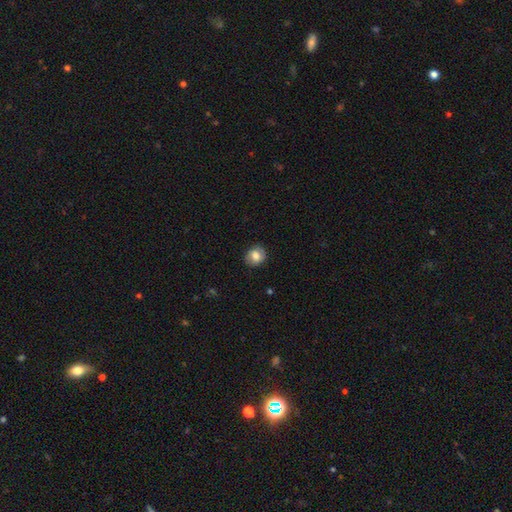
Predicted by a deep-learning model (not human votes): This appears to be a smooth galaxy with no disk features (78%) that is round (73%). Merging: none (85%).